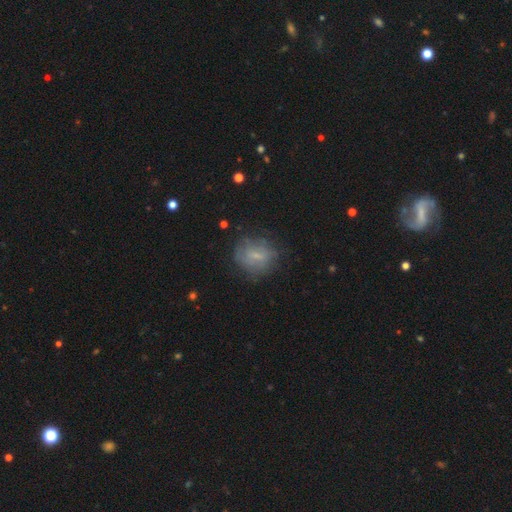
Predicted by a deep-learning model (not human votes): Q: Smooth or featured?
A: smooth (55%); runner-up: featured or disk (33%)
Q: How rounded?
A: round (64%); runner-up: in between (35%)
Q: Merging?
A: none (69%); runner-up: minor disturbance (20%)